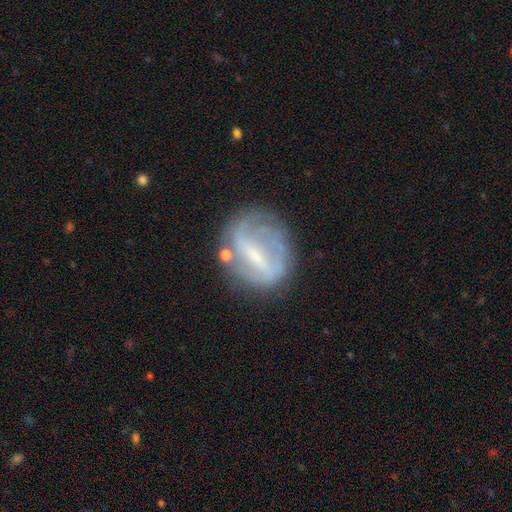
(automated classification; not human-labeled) The model was most divided on "spiral arms": yes: 54%, no: 46%. Remaining: edge-on disk — no (95%); smooth or featured — featured or disk (67%); merging — none (57%); bar — strong (55%); bulge size — small (43%).